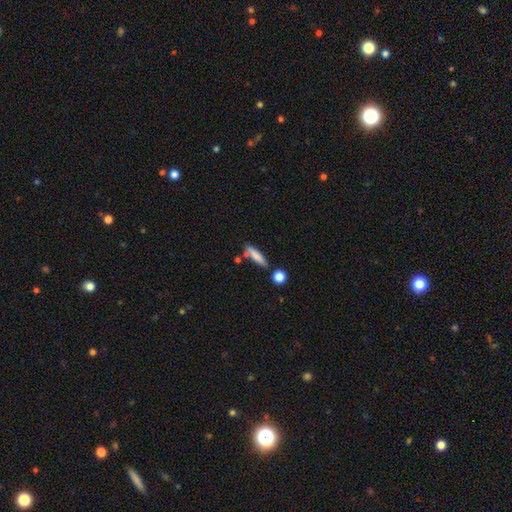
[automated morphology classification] The model was most divided on "how rounded": cigar-shaped: 71%, in between: 25%, round: 3%. More confident: smooth or featured — smooth (79%); merging — none (73%).